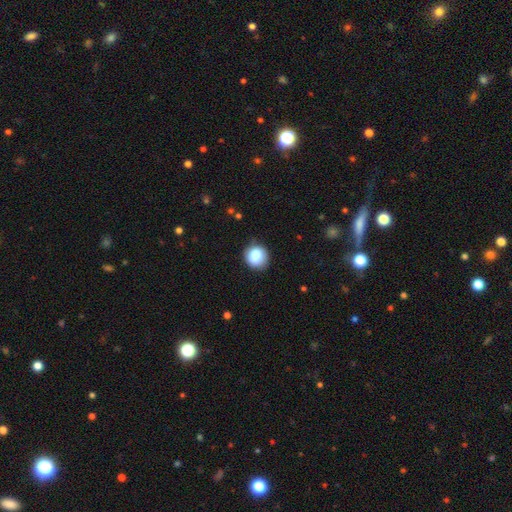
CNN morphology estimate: Overall: smooth (87%). How rounded: round (88%). Merging: none (81%).